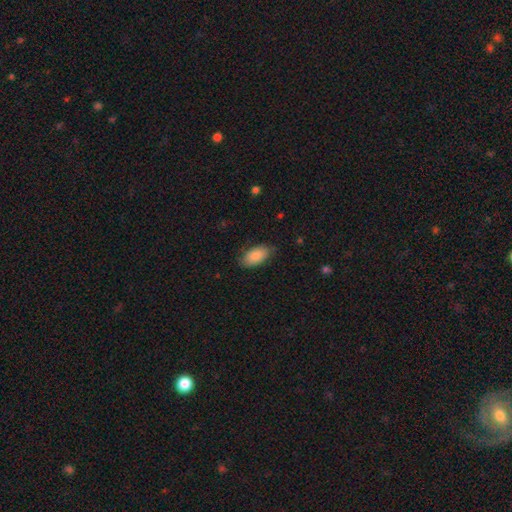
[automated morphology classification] This appears to be a smooth galaxy with no disk features (86%) that is in between round and cigar-shaped (94%). Merging: none (79%).